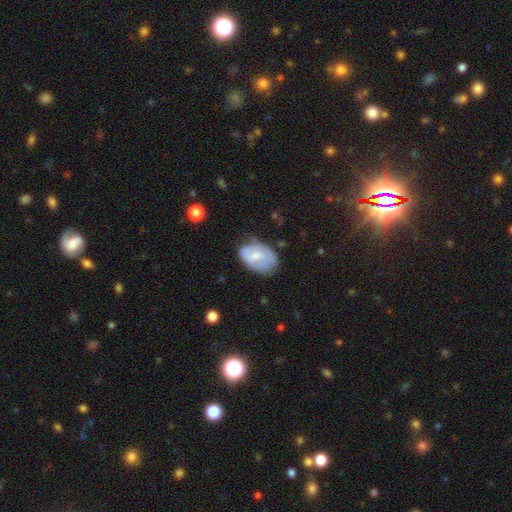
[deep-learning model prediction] Smooth or featured? Predicted: smooth (p=0.51). How rounded? Predicted: in between (p=0.86). Merging? Predicted: none (p=0.56).